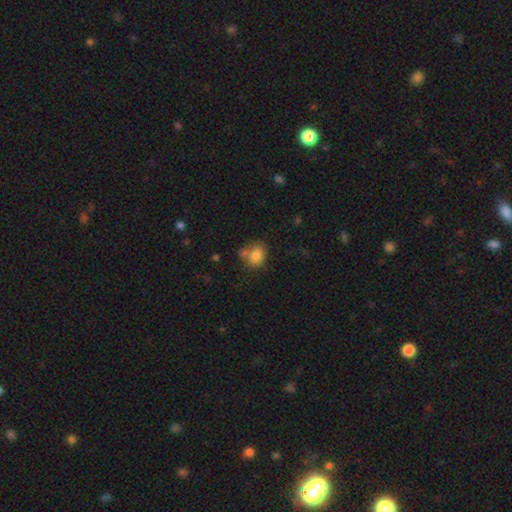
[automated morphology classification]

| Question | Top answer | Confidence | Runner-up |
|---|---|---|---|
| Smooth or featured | smooth | 83% | star or artifact (9%) |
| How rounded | in between | 57% | round (42%) |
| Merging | none | 50% | merger (25%) |